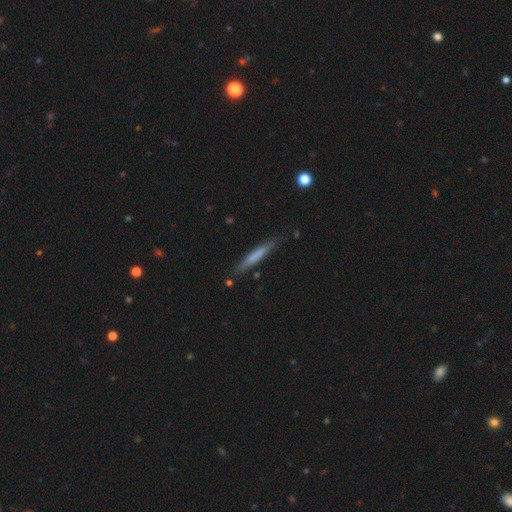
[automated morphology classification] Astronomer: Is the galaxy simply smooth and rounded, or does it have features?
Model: smooth — 65%.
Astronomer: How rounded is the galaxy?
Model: cigar-shaped — 95%.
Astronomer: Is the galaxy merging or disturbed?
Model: none — 83%.